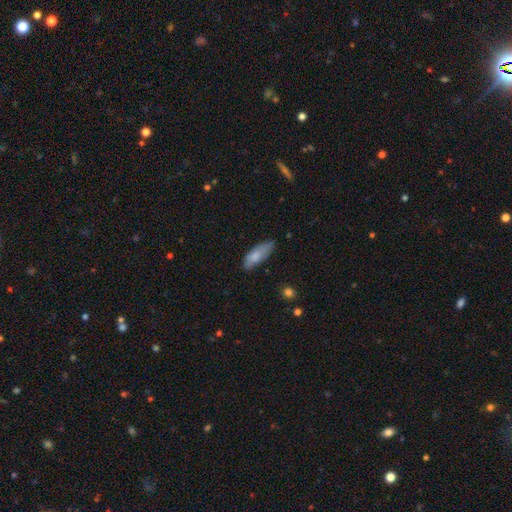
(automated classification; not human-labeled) smooth 76%, featured or disk 18%, star or artifact 6%. Down the decision tree: how rounded — in between (70%); merging — none (61%).